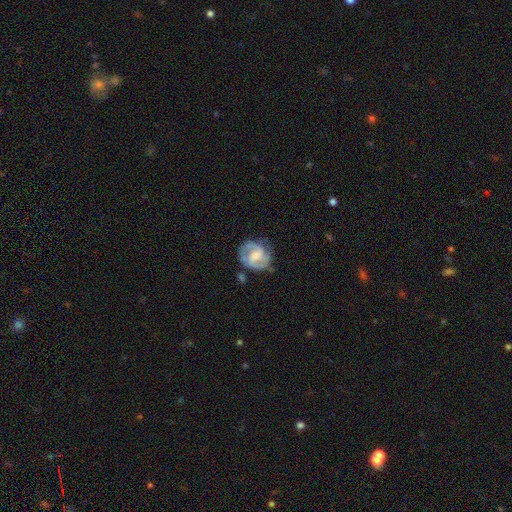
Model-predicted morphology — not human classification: type=featured or disk (77%); edge-on=no (98%); bar=weak (46%); spiral arms=yes (92%); winding=medium (46%); arm count=2 (58%); bulge=moderate (37%); merging=none (65%).